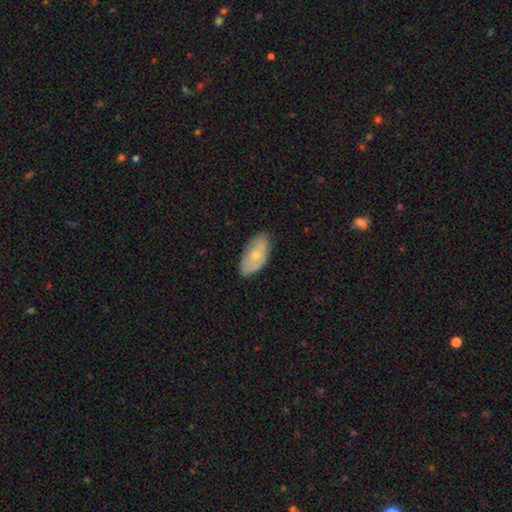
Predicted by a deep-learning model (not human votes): Morphology: type=smooth (65%); roundness=in between (93%); merging=none (80%).